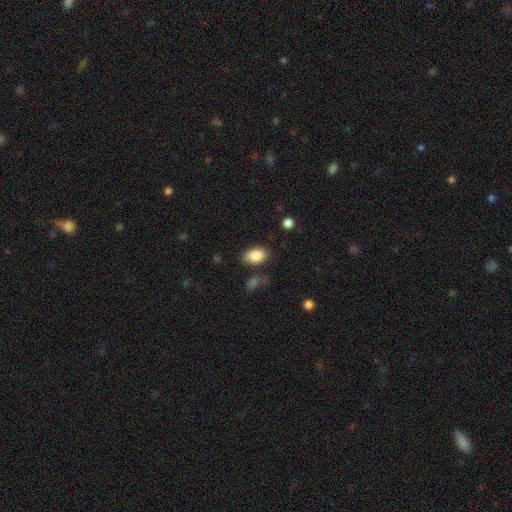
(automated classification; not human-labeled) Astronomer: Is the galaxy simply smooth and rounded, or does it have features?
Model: smooth — 87%.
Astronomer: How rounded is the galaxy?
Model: in between — 92%.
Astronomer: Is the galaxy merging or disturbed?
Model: none — 76%.